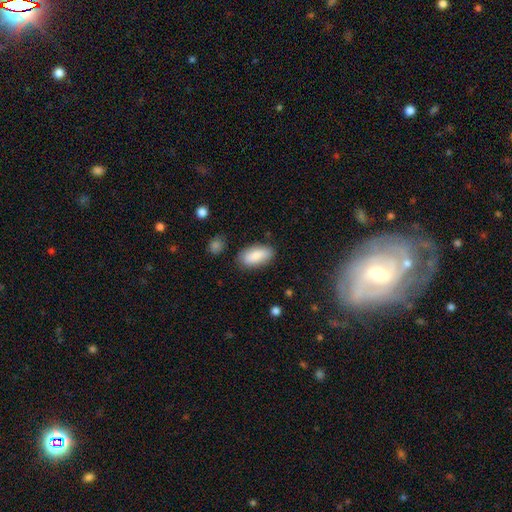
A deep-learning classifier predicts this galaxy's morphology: type=smooth (86%); roundness=in between (91%); merging=none (83%).